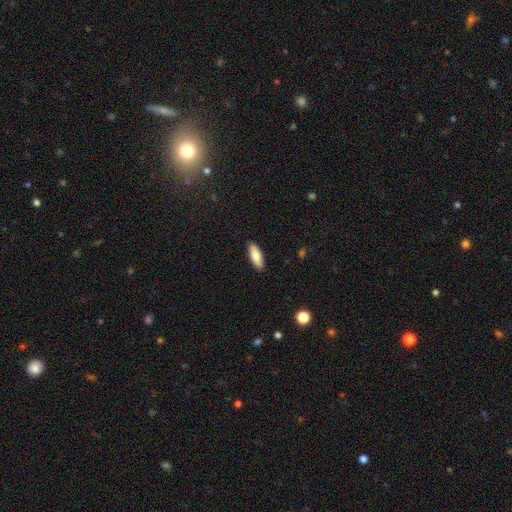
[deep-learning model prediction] This appears to be a smooth galaxy with no disk features (81%) that is in between round and cigar-shaped (66%). Merging: none (89%).